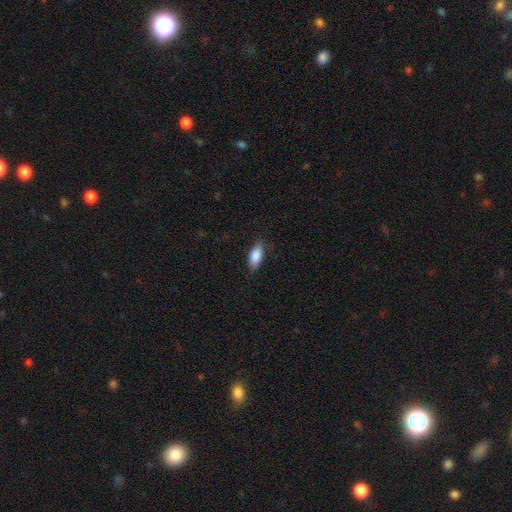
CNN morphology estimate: smooth-or-featured: smooth: 85% | featured or disk: 8% | star or artifact: 7%
  how-rounded: in between: 84% | cigar-shaped: 14% | round: 2%
  merging: none: 82% | minor disturbance: 14% | major disturbance: 3% | merger: 1%